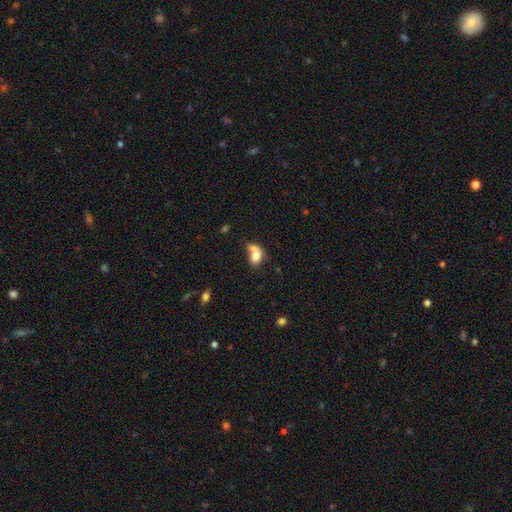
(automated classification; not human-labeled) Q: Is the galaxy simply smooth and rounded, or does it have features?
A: smooth — 75%.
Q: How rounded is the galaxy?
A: in between — 63%.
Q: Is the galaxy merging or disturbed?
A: merger — 43%.